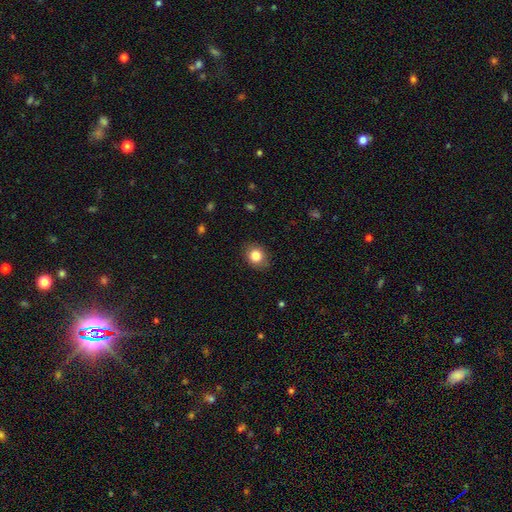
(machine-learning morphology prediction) The model was most divided on "how rounded": round: 64%, in between: 35%, cigar-shaped: 1%. More confident: merging — none (84%); smooth or featured — smooth (83%).